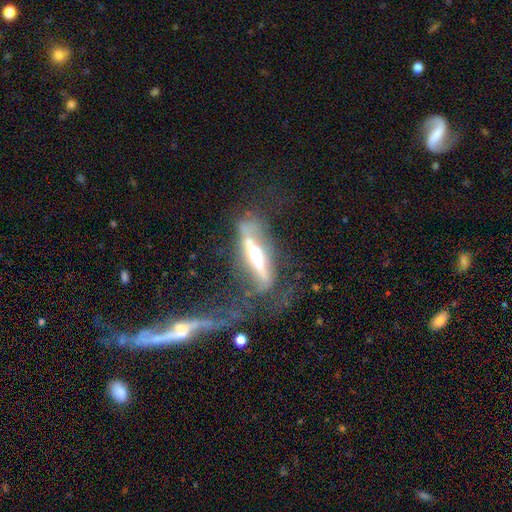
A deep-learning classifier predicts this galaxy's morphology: smooth_or_featured: featured or disk (p=0.65) [alt: smooth p=0.28]
disk_edge_on: yes (p=0.64) [alt: no p=0.36]
merging: major disturbance (p=0.35) [alt: none p=0.34]